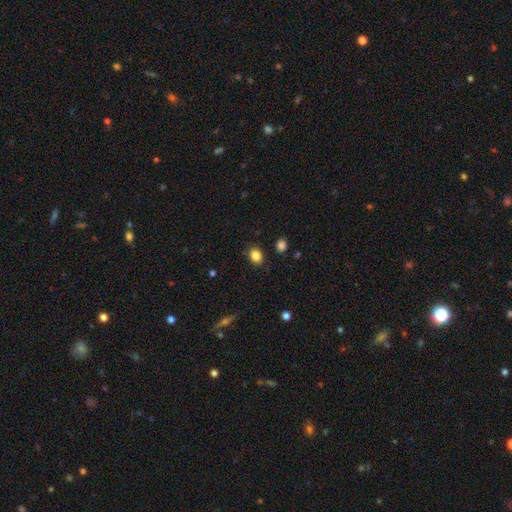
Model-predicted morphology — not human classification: smooth 85%, star or artifact 10%, featured or disk 5%. Down the decision tree: how rounded — in between (64%); merging — none (85%).